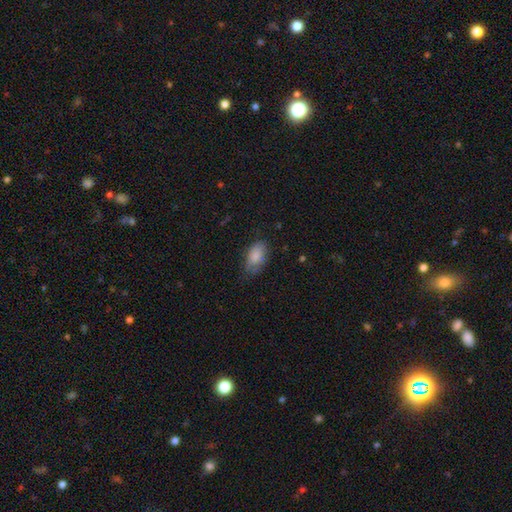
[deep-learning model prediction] smooth-or-featured: smooth: 85% | featured or disk: 8% | star or artifact: 7%
  how-rounded: in between: 93% | round: 5% | cigar-shaped: 3%
  merging: none: 64% | minor disturbance: 28% | major disturbance: 7% | merger: 1%